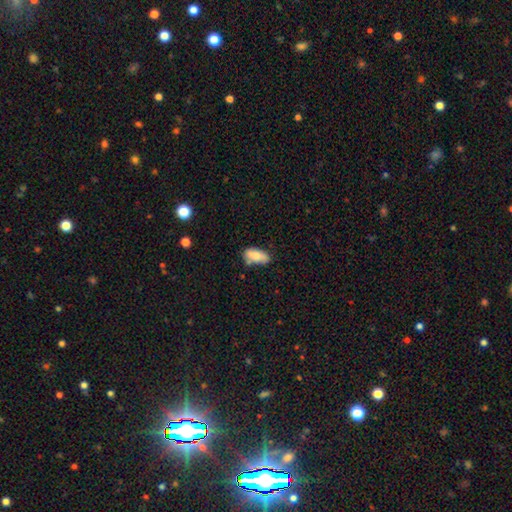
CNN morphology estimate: smooth 75%, featured or disk 18%, star or artifact 7%. Down the decision tree: how rounded — in between (89%); merging — none (59%).